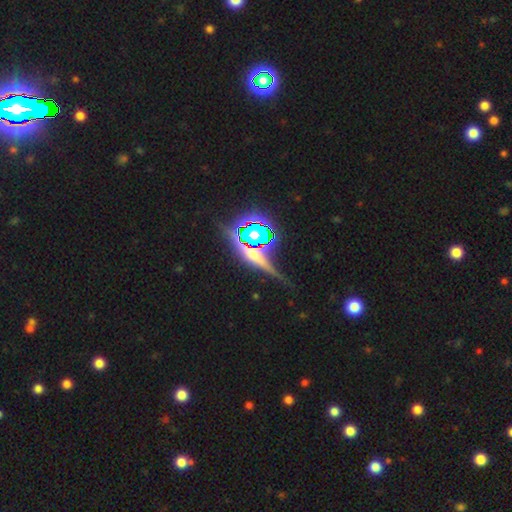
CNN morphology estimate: Smooth or featured? Predicted: star or artifact (p=0.42).